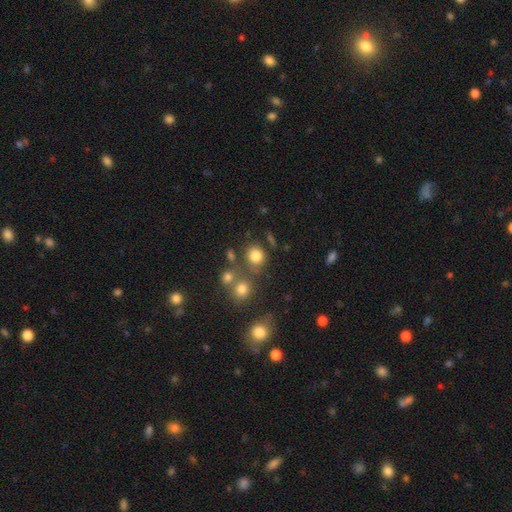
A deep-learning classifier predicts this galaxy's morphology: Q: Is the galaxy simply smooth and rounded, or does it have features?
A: smooth — 79%.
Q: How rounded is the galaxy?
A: round — 80%.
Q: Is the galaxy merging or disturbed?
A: none — 67%.